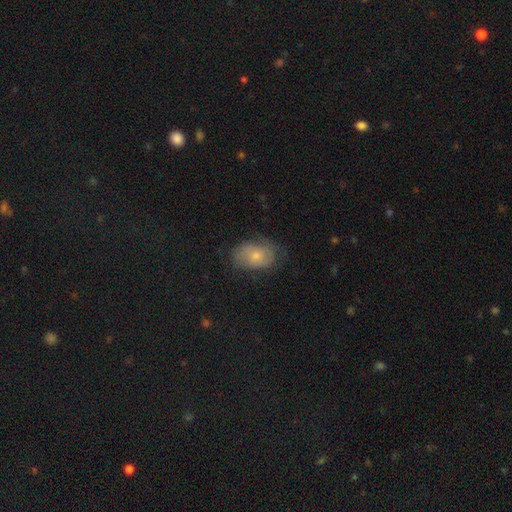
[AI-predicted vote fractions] smooth_or_featured: smooth (p=0.55) [alt: featured or disk p=0.36]
how_rounded: in between (p=0.80) [alt: round p=0.19]
merging: none (p=0.60) [alt: minor disturbance p=0.27]